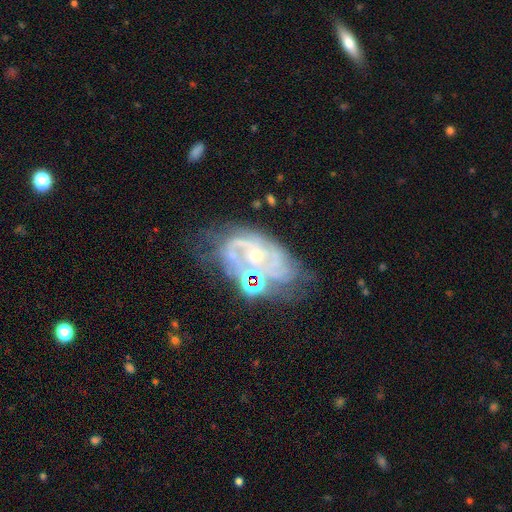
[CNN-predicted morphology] Smooth or featured: featured or disk — 82% (smooth — 9%)
Edge-on disk: no — 97% (yes — 3%)
Bar: no — 71% (weak — 23%)
Spiral arms: yes — 87% (no — 13%)
Spiral winding: tight — 53% (medium — 35%)
Spiral arm count: can't tell — 38% (2 — 29%)
Bulge size: small — 66% (moderate — 27%)
Merging: none — 49% (minor disturbance — 25%)